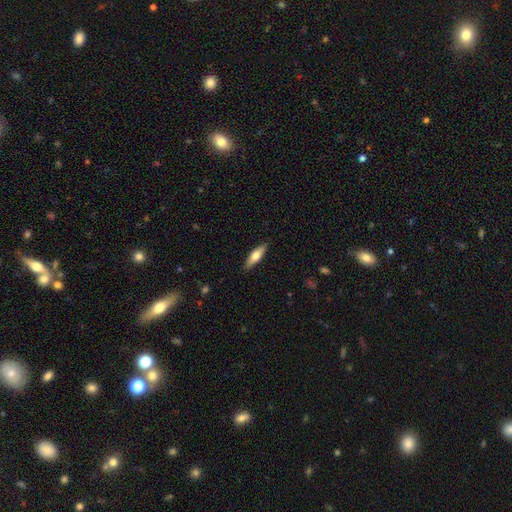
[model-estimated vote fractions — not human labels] smooth 60%, featured or disk 34%, star or artifact 6%. Down the decision tree: how rounded — cigar-shaped (60%); merging — none (88%).